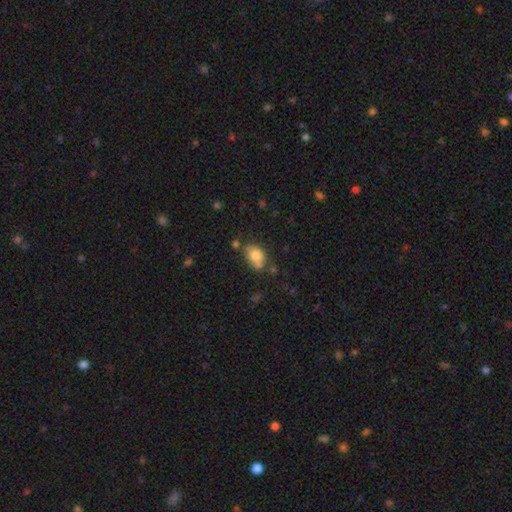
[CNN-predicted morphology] Q: Smooth or featured?
A: smooth (76%); runner-up: featured or disk (15%)
Q: How rounded?
A: in between (66%); runner-up: round (33%)
Q: Merging?
A: none (53%); runner-up: minor disturbance (23%)